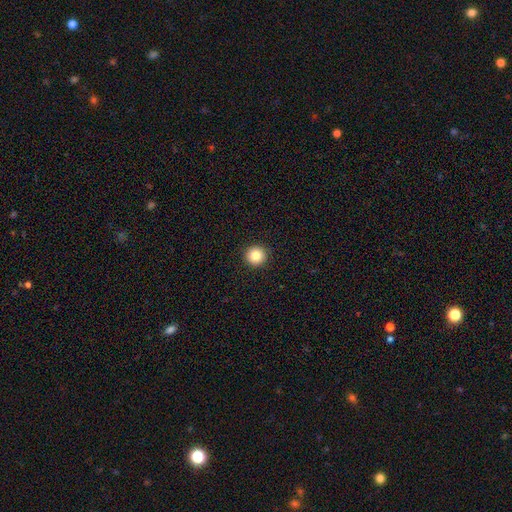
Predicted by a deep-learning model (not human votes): Overall: smooth (84%). How rounded: round (96%). Merging: none (93%).